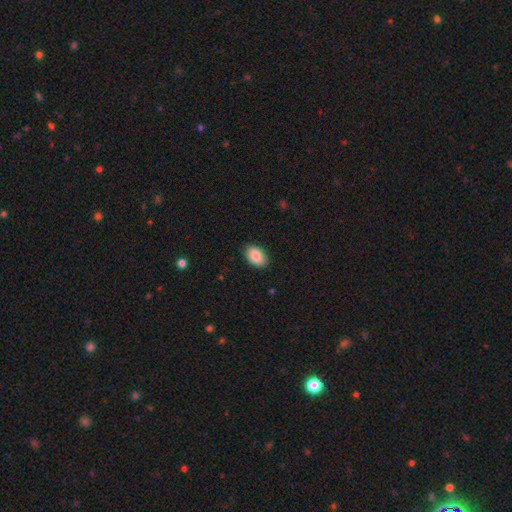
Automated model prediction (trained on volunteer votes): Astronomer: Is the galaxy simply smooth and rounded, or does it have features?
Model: smooth — 88%.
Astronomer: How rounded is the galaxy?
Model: in between — 91%.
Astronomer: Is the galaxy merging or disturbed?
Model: none — 88%.